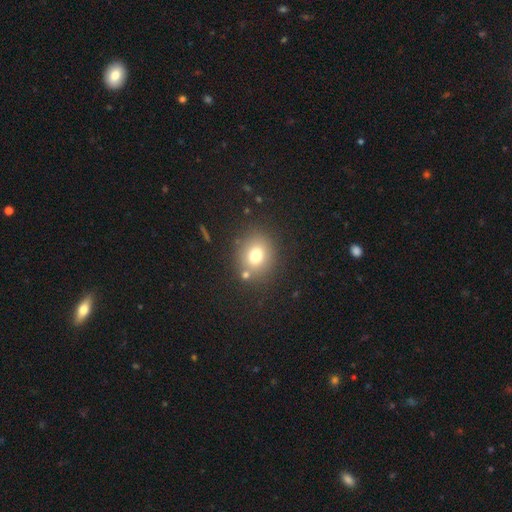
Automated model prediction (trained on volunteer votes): Smooth or featured? Predicted: smooth (p=0.75). How rounded? Predicted: round (p=0.68). Merging? Predicted: none (p=0.78).